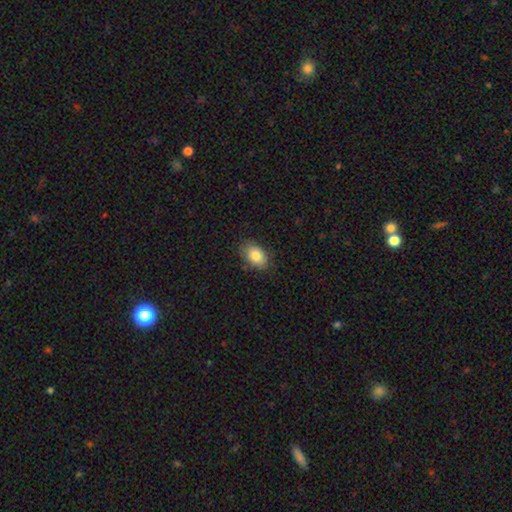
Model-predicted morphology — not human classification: The model was most divided on "merging": none: 82%, minor disturbance: 14%, major disturbance: 3%, merger: 1%. More confident: how rounded — in between (89%); smooth or featured — smooth (83%).